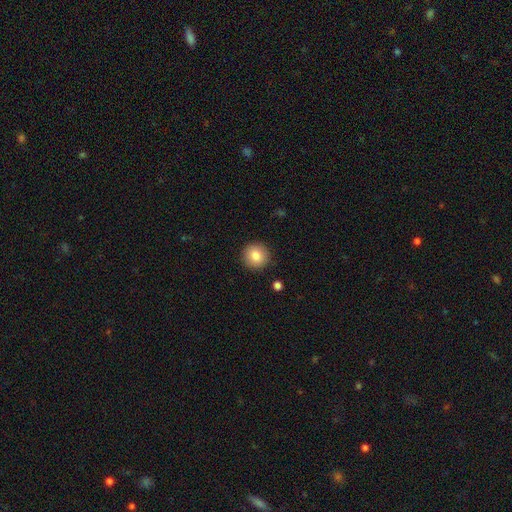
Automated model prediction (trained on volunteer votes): smooth_or_featured: smooth (p=0.84) [alt: star or artifact p=0.09]
how_rounded: round (p=0.94) [alt: in between p=0.05]
merging: none (p=0.91) [alt: minor disturbance p=0.06]